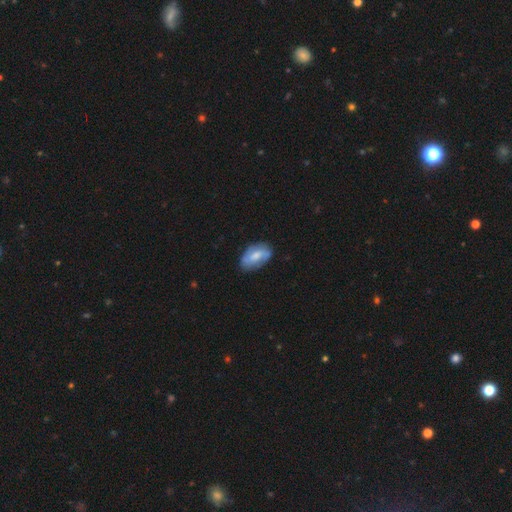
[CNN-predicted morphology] A smooth galaxy with no disk features (54%) that is in between round and cigar-shaped (92%). Merging: none (71%).